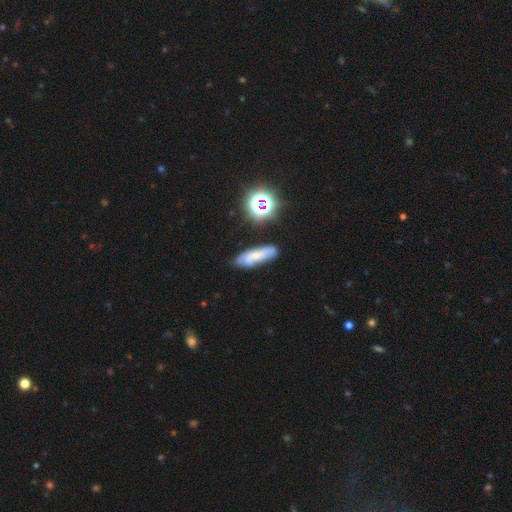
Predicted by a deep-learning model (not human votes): smooth_or_featured: smooth (p=0.44) [alt: featured or disk p=0.42]
merging: none (p=0.70) [alt: minor disturbance p=0.20]